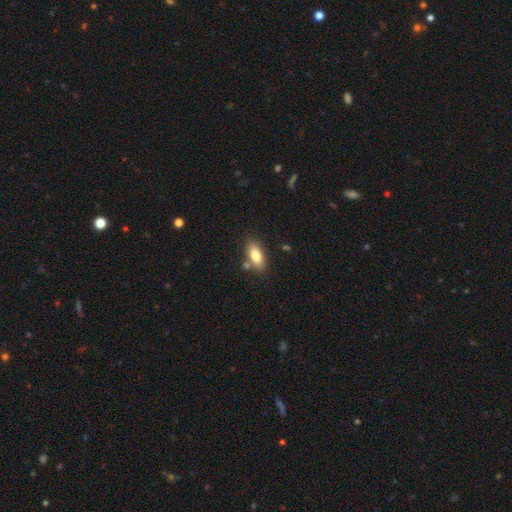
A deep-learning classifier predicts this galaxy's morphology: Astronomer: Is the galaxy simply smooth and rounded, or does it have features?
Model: smooth — 79%.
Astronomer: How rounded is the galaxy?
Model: in between — 85%.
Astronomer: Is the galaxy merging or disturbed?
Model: none — 75%.